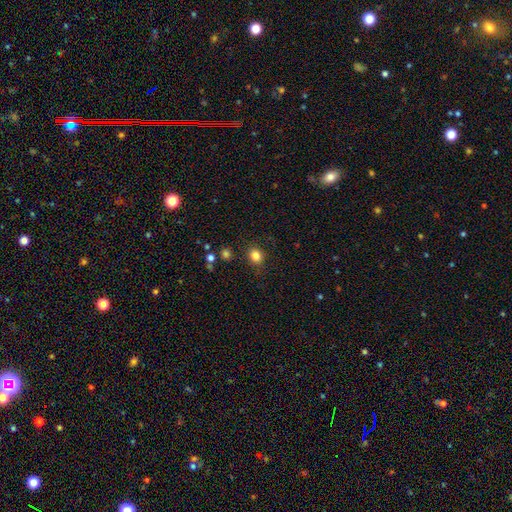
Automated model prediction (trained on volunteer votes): This appears to be a smooth galaxy with no disk features (83%) that is round (71%). Merging: none (87%).